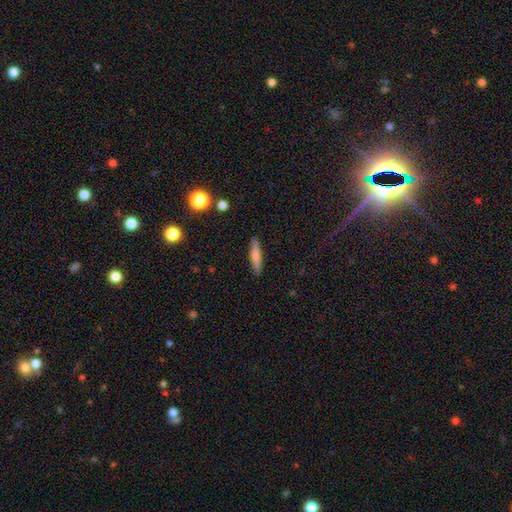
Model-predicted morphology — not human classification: This is likely a smooth galaxy (70%). How rounded: clearly cigar-shaped (88%). Merging: clearly none (89%).